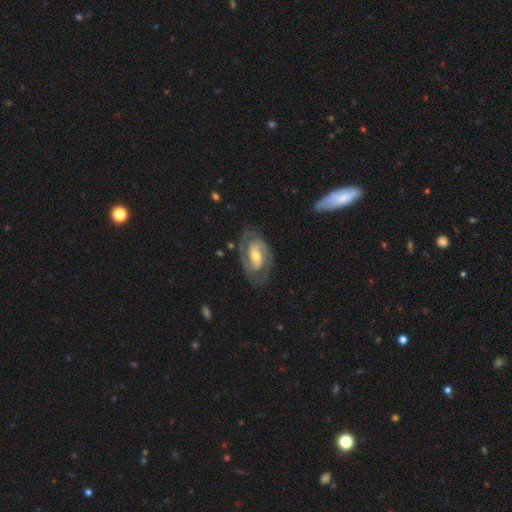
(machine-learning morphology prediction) Overall: featured or disk (87%). Edge-on disk: no (97%). Bar: weak (45%; no 28%). Spiral arms: yes (95%). Spiral arm count: 2 (86%). Spiral winding: tight (46%; medium 44%). Bulge size: moderate (54%; small 38%). Merging: none (77%).